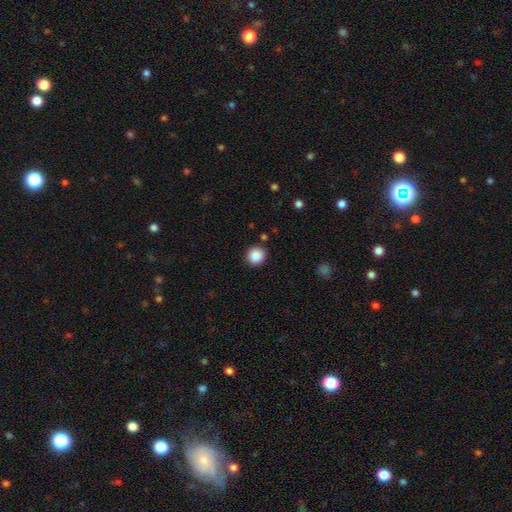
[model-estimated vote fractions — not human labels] Smooth or featured?
  - smooth: 88% *
  - star or artifact: 9%
  - featured or disk: 3%
How rounded?
  - round: 90% *
  - in between: 9%
  - cigar-shaped: 1%
Merging?
  - none: 89% *
  - minor disturbance: 7%
  - major disturbance: 2%
  - merger: 2%